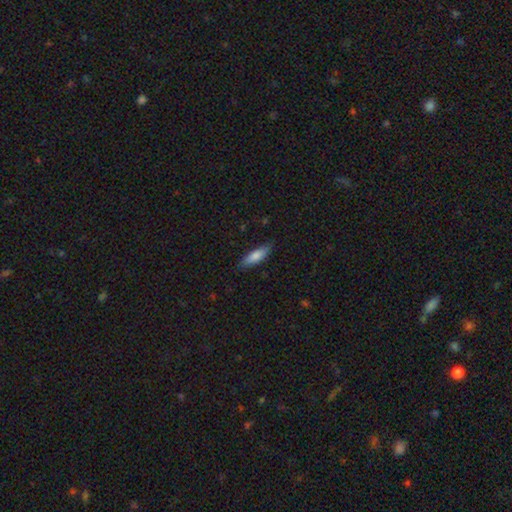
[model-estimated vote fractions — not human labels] Smooth or featured? Predicted: smooth (p=0.79). How rounded? Predicted: cigar-shaped (p=0.55). Merging? Predicted: none (p=0.84).